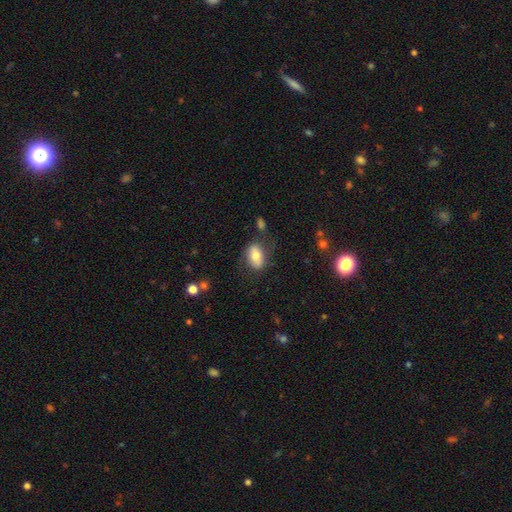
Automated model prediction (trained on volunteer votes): This is likely a smooth galaxy (69%). How rounded: clearly in between (87%). Merging: likely none (65%).